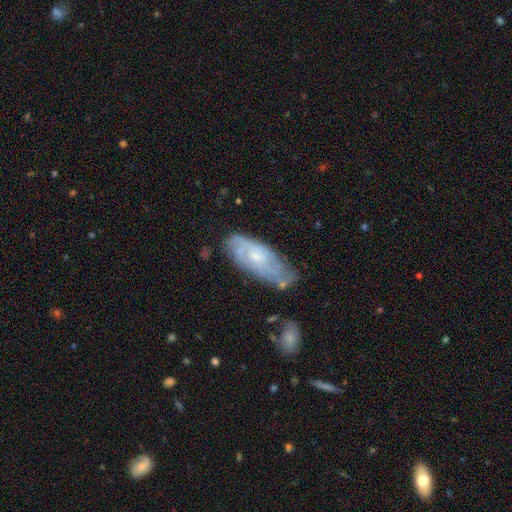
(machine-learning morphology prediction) Overall: featured or disk (62%; smooth 31%). Edge-on disk: no (87%). Bar: no (71%). Spiral arms: yes (81%). Bulge size: small (55%; moderate 36%). Merging: none (61%; minor disturbance 27%).